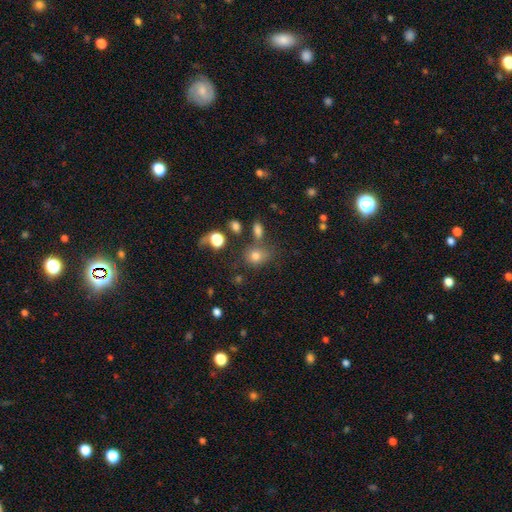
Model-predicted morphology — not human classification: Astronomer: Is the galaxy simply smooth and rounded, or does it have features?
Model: smooth — 75%.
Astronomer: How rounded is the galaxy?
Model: round — 61% (runner-up: in between, 37%).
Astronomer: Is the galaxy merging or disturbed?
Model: none — 62%.